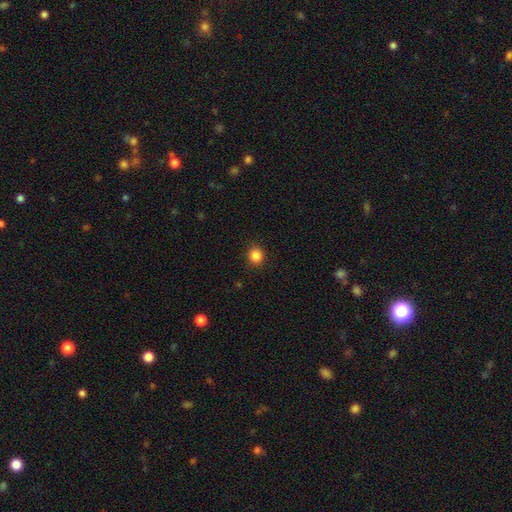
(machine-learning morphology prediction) Smooth or featured?
  - smooth: 85% *
  - star or artifact: 11%
  - featured or disk: 4%
How rounded?
  - round: 89% *
  - in between: 10%
  - cigar-shaped: 1%
Merging?
  - none: 91% *
  - minor disturbance: 6%
  - major disturbance: 2%
  - merger: 1%